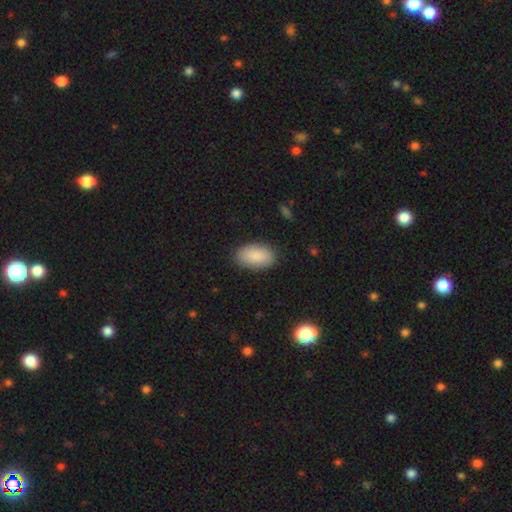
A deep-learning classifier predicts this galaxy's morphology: Q: Smooth or featured?
A: smooth (89%); runner-up: star or artifact (6%)
Q: How rounded?
A: in between (94%); runner-up: round (4%)
Q: Merging?
A: none (87%); runner-up: minor disturbance (10%)